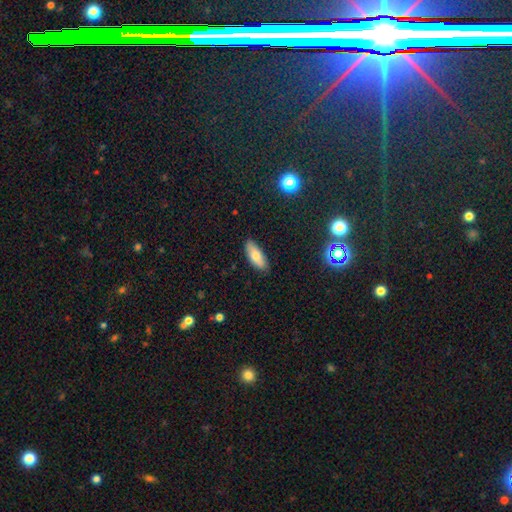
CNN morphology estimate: A smooth galaxy with no disk features (74%) that is in between round and cigar-shaped (78%).

Vote fractions:
- Smooth or featured? smooth: 74% / featured or disk: 18% / star or artifact: 8%
- How rounded? in between: 78% / cigar-shaped: 20% / round: 2%
- Merging? none: 85% / minor disturbance: 12% / major disturbance: 2% / merger: 1%